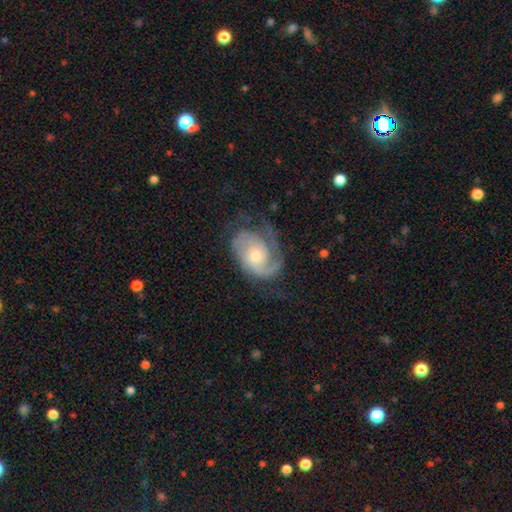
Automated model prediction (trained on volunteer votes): smooth_or_featured: featured or disk (p=0.85) [alt: smooth p=0.10]
disk_edge_on: no (p=0.97) [alt: yes p=0.03]
bar: no (p=0.72) [alt: weak p=0.23]
has_spiral_arms: yes (p=0.96) [alt: no p=0.04]
spiral_winding: tight (p=0.50) [alt: medium p=0.37]
spiral_arm_count: 2 (p=0.49) [alt: 1 p=0.20]
bulge_size: moderate (p=0.50) [alt: small p=0.44]
merging: none (p=0.61) [alt: minor disturbance p=0.22]